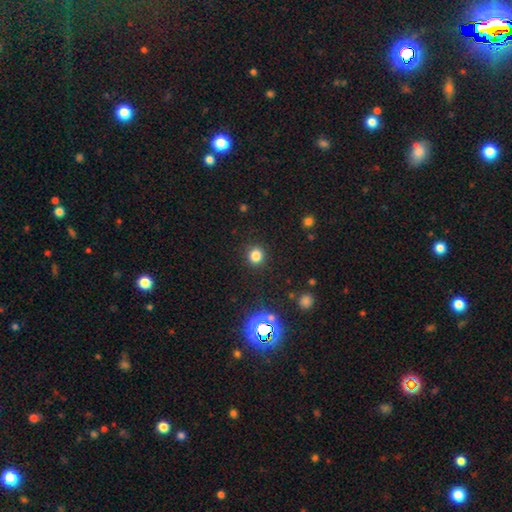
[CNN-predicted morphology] Smooth or featured?
  - smooth: 79% *
  - star or artifact: 16%
  - featured or disk: 5%
How rounded?
  - round: 88% *
  - in between: 11%
  - cigar-shaped: 1%
Merging?
  - none: 90% *
  - minor disturbance: 6%
  - major disturbance: 3%
  - merger: 1%